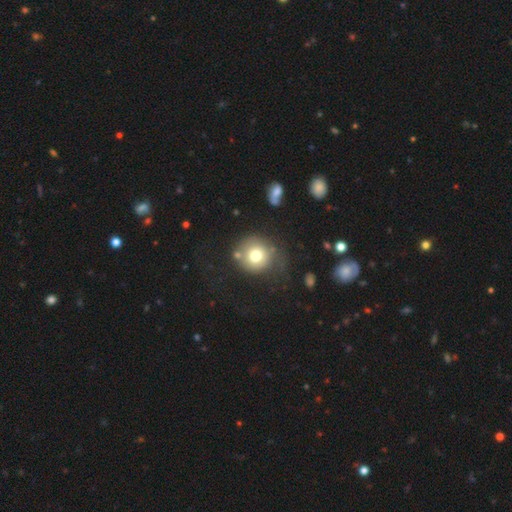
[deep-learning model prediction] A smooth galaxy with no disk features (73%) that is round (91%).

Vote fractions:
- Smooth or featured? smooth: 73% / featured or disk: 17% / star or artifact: 10%
- How rounded? round: 91% / in between: 8% / cigar-shaped: 1%
- Merging? none: 61% / minor disturbance: 19% / major disturbance: 11% / merger: 9%